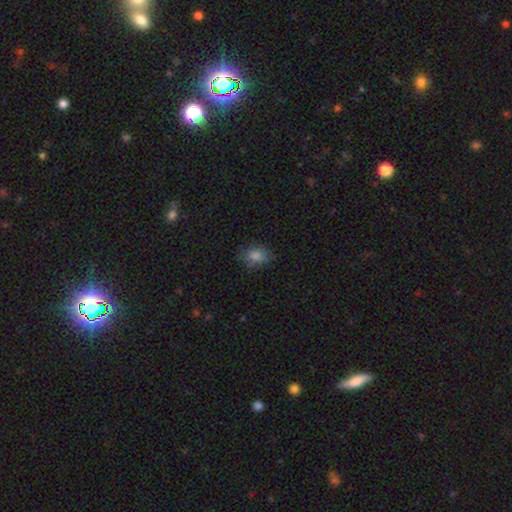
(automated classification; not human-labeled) The model was most divided on "how rounded": in between: 72%, round: 26%, cigar-shaped: 1%. More confident: smooth or featured — smooth (82%); merging — none (77%).